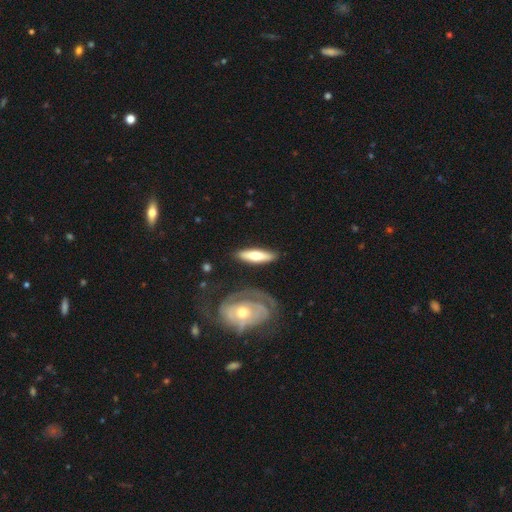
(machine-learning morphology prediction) type=smooth (58%); roundness=cigar-shaped (64%); merging=none (79%).